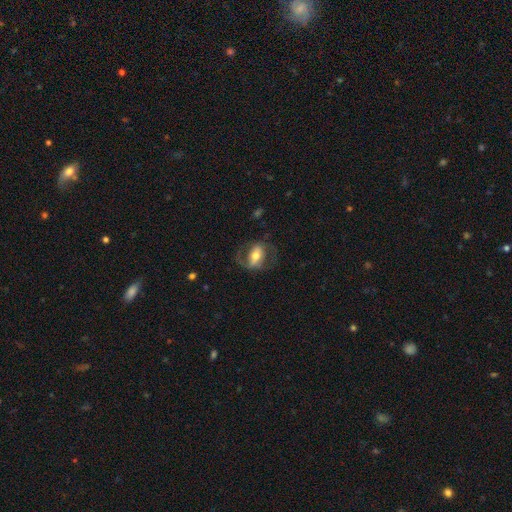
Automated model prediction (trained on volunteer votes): Smooth or featured? Predicted: featured or disk (p=0.58). Edge-on disk? Predicted: no (p=0.91). Bar? Predicted: strong (p=0.46). Spiral arms? Predicted: yes (p=0.68). Bulge size? Predicted: moderate (p=0.62). Merging? Predicted: none (p=0.63).